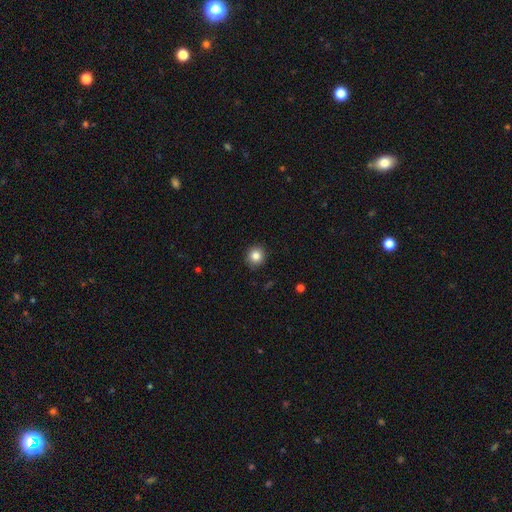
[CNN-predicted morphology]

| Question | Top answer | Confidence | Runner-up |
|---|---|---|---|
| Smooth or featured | smooth | 84% | star or artifact (10%) |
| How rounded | round | 92% | in between (7%) |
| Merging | none | 91% | minor disturbance (7%) |